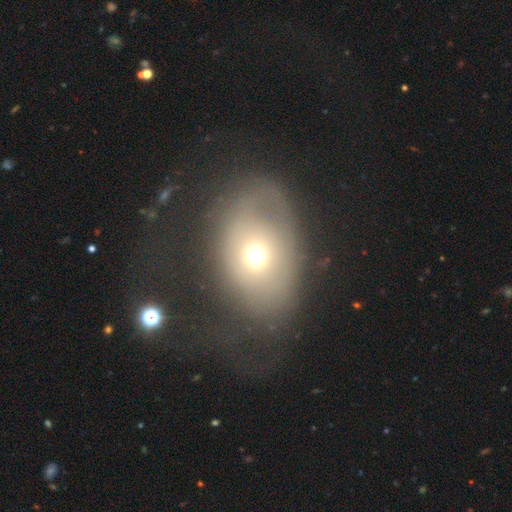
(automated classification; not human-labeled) Morphology: type=smooth (58%); roundness=in between (62%); merging=none (50%).